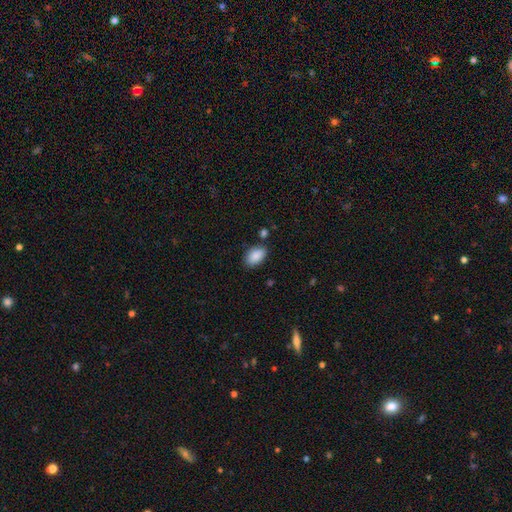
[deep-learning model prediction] smooth-or-featured: smooth: 89% | star or artifact: 7% | featured or disk: 4%
  how-rounded: in between: 92% | round: 6% | cigar-shaped: 1%
  merging: none: 80% | minor disturbance: 13% | merger: 4% | major disturbance: 3%